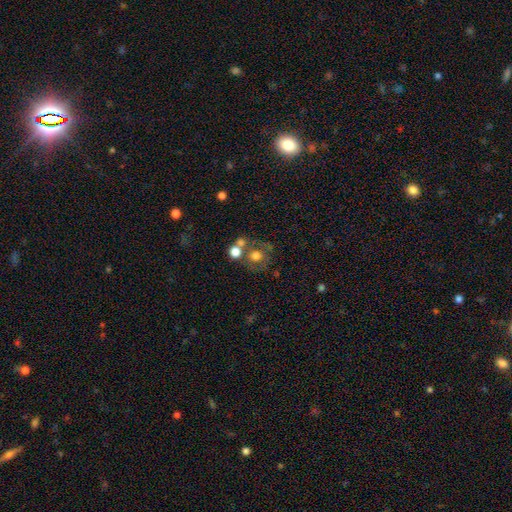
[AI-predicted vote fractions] Smooth or featured: smooth — 59% (featured or disk — 28%)
How rounded: round — 82% (in between — 17%)
Merging: none — 52% (merger — 27%)